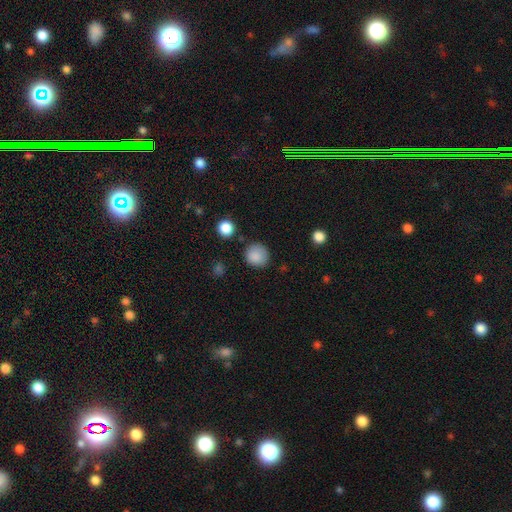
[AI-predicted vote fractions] Smooth or featured?
  - smooth: 87% *
  - star or artifact: 10%
  - featured or disk: 4%
How rounded?
  - round: 92% *
  - in between: 7%
  - cigar-shaped: 1%
Merging?
  - none: 84% *
  - minor disturbance: 11%
  - major disturbance: 3%
  - merger: 2%